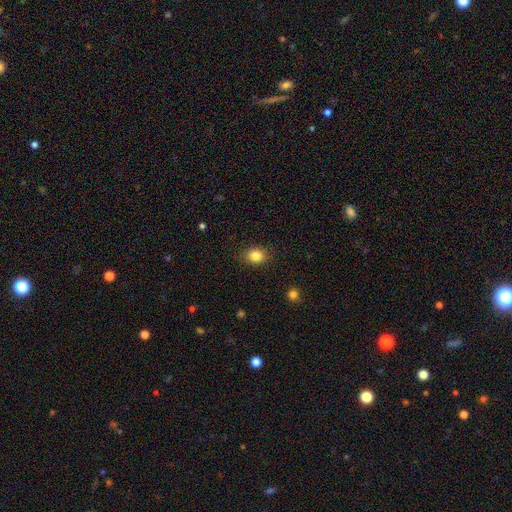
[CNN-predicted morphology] smooth_or_featured: smooth (p=0.84) [alt: star or artifact p=0.10]
how_rounded: in between (p=0.50) [alt: round p=0.49]
merging: none (p=0.87) [alt: minor disturbance p=0.10]